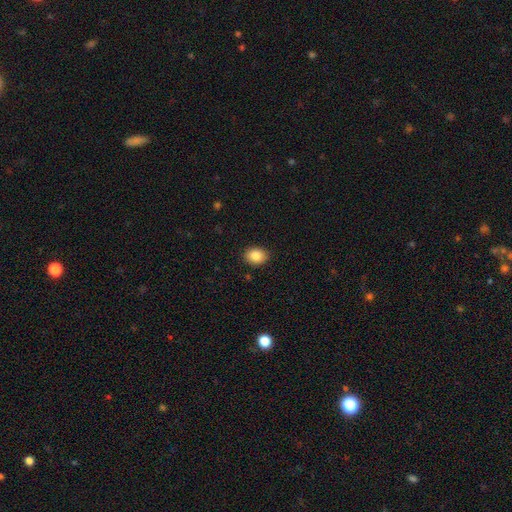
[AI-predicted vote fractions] smooth_or_featured: smooth (p=0.85) [alt: star or artifact p=0.09]
how_rounded: in between (p=0.61) [alt: round p=0.38]
merging: none (p=0.89) [alt: minor disturbance p=0.08]